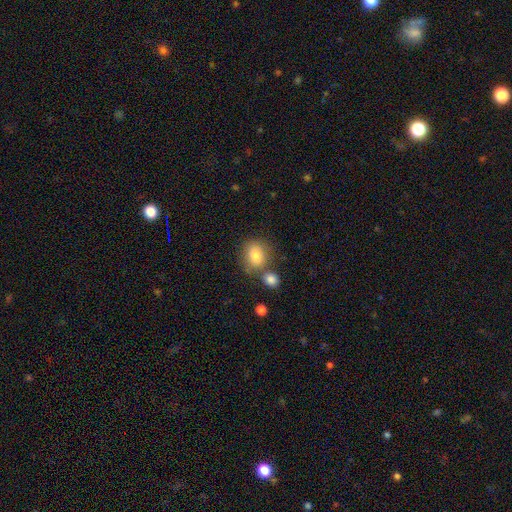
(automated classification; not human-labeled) This is likely a smooth galaxy (80%). How rounded: possibly round (55%). Merging: possibly none (60%).